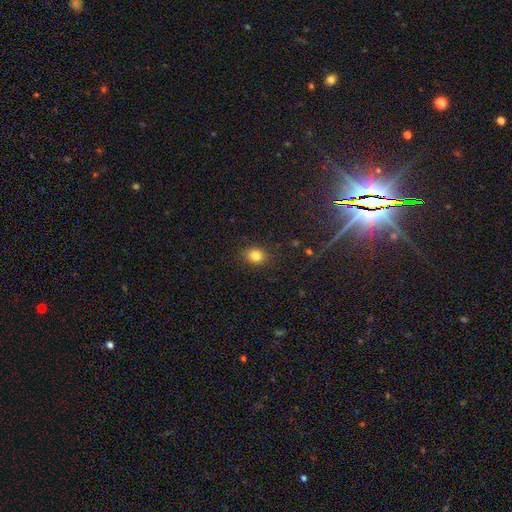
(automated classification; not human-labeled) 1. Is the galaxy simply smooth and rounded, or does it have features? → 82% smooth, 12% star or artifact, 6% featured or disk.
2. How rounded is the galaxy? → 58% round, 41% in between, 1% cigar-shaped.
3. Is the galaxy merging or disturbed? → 88% none, 9% minor disturbance, 3% major disturbance, 1% merger.